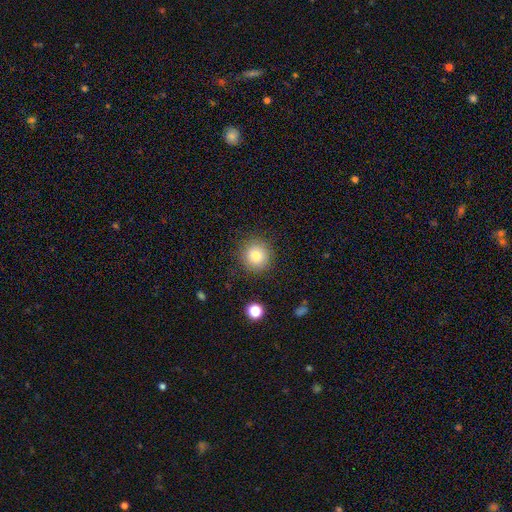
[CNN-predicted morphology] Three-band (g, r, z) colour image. It shows a smooth galaxy with no disk features (80%) that is round (94%). Merging: none (88%).